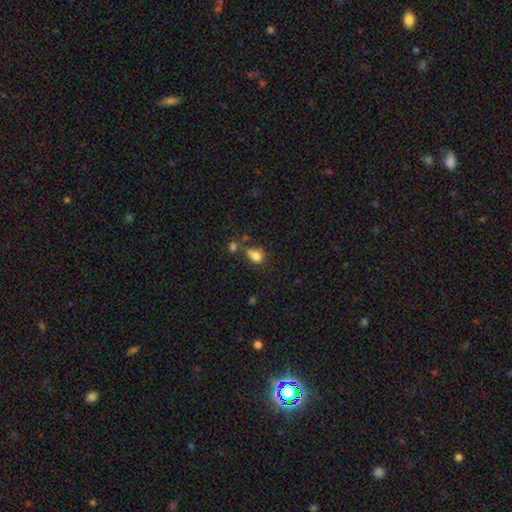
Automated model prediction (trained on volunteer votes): Morphology: type=smooth (80%); roundness=in between (56%); merging=none (41%).